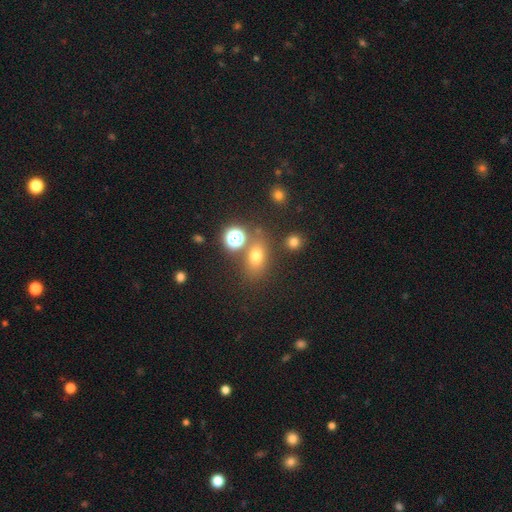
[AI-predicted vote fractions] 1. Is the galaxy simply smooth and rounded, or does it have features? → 67% smooth, 21% star or artifact, 12% featured or disk.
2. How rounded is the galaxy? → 64% in between, 32% round, 4% cigar-shaped.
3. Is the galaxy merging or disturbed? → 70% none, 12% minor disturbance, 12% merger, 5% major disturbance.